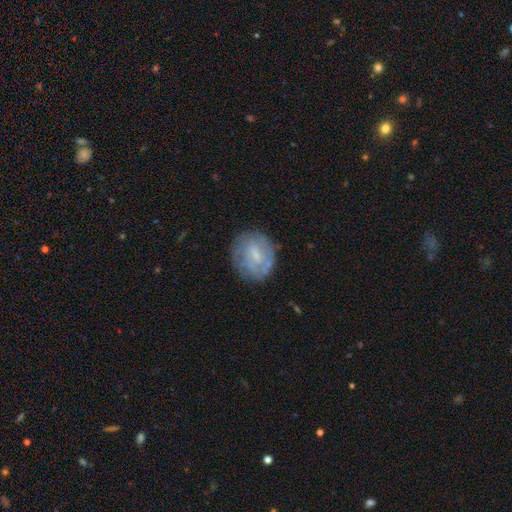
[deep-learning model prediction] Q: Smooth or featured?
A: featured or disk (49%); runner-up: smooth (43%)
Q: Merging?
A: none (71%); runner-up: minor disturbance (18%)